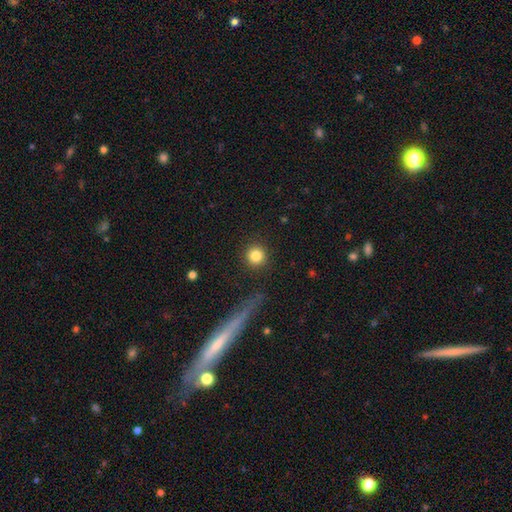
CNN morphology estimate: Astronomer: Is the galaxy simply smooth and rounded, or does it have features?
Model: smooth — 83%.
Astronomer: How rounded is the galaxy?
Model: round — 94%.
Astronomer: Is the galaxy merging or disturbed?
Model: none — 90%.